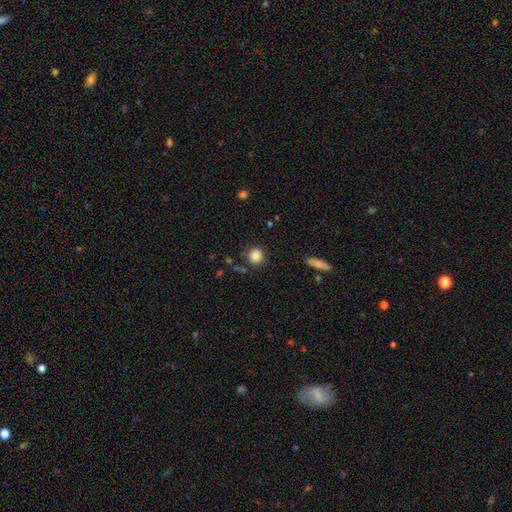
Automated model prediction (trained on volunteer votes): Smooth or featured: smooth — 86% (star or artifact — 9%)
How rounded: round — 88% (in between — 10%)
Merging: none — 84% (minor disturbance — 10%)